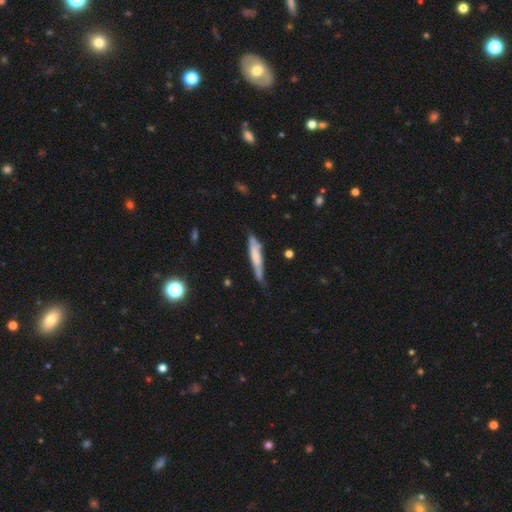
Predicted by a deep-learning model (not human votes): Overall: smooth (59%; featured or disk 35%). How rounded: cigar-shaped (89%). Merging: none (49%; minor disturbance 36%).